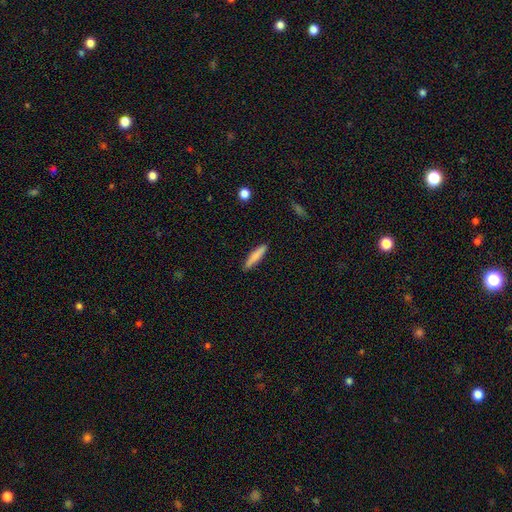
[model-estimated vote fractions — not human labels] Smooth or featured?
  - smooth: 81% *
  - featured or disk: 13%
  - star or artifact: 6%
How rounded?
  - cigar-shaped: 87% *
  - in between: 11%
  - round: 1%
Merging?
  - none: 89% *
  - minor disturbance: 8%
  - major disturbance: 2%
  - merger: 1%